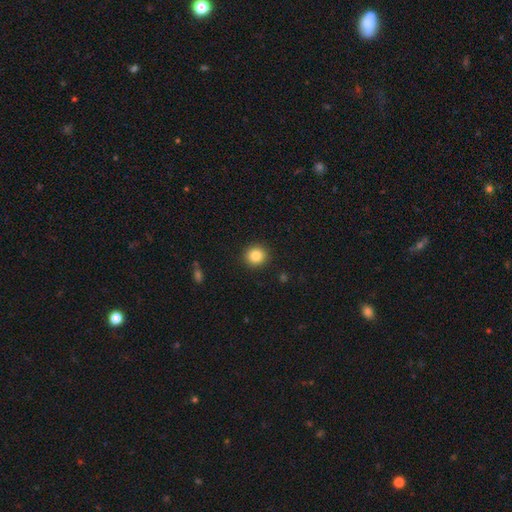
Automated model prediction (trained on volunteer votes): Smooth or featured? smooth (85%)
How rounded? round (92%)
Merging? none (92%)